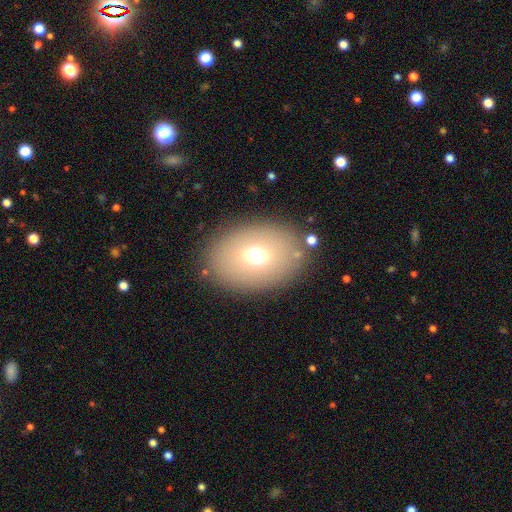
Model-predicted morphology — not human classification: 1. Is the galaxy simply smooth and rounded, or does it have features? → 67% smooth, 21% featured or disk, 12% star or artifact.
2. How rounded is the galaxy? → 73% in between, 26% round, 1% cigar-shaped.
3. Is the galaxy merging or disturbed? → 85% none, 9% minor disturbance, 4% major disturbance, 2% merger.